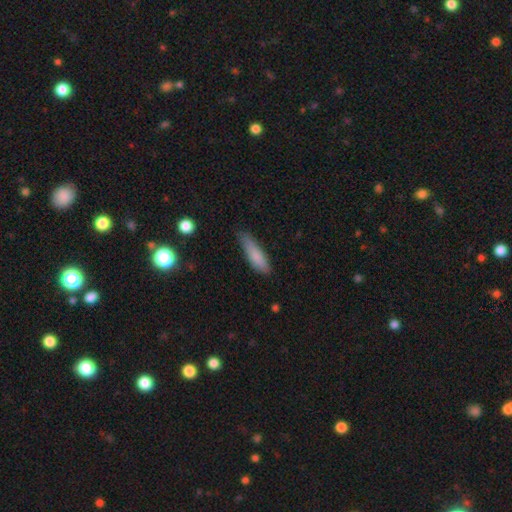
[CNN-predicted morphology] Smooth or featured?
  - smooth: 82% *
  - featured or disk: 12%
  - star or artifact: 6%
How rounded?
  - cigar-shaped: 65% *
  - in between: 33%
  - round: 2%
Merging?
  - none: 65% *
  - minor disturbance: 28%
  - major disturbance: 5%
  - merger: 2%